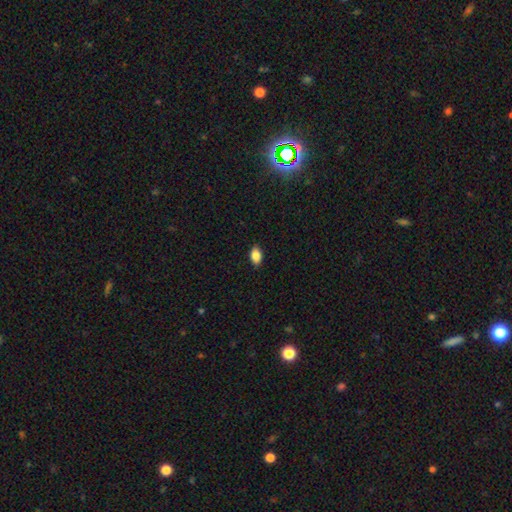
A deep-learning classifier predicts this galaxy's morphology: Smooth or featured?
  - smooth: 87% *
  - star or artifact: 8%
  - featured or disk: 5%
How rounded?
  - in between: 89% *
  - round: 9%
  - cigar-shaped: 2%
Merging?
  - none: 88% *
  - minor disturbance: 9%
  - major disturbance: 2%
  - merger: 1%